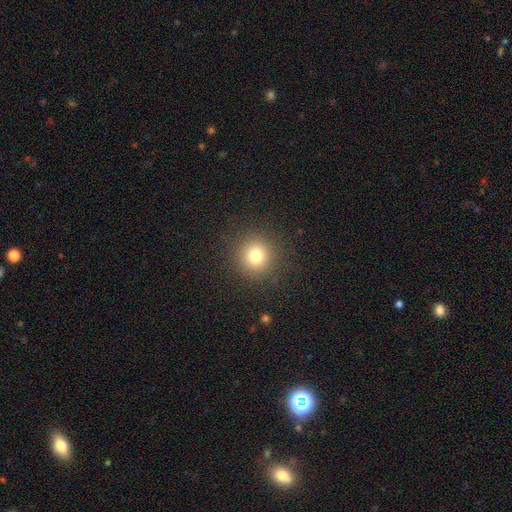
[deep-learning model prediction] smooth_or_featured: smooth (p=0.77) [alt: star or artifact p=0.15]
how_rounded: round (p=0.93) [alt: in between p=0.06]
merging: none (p=0.90) [alt: minor disturbance p=0.06]